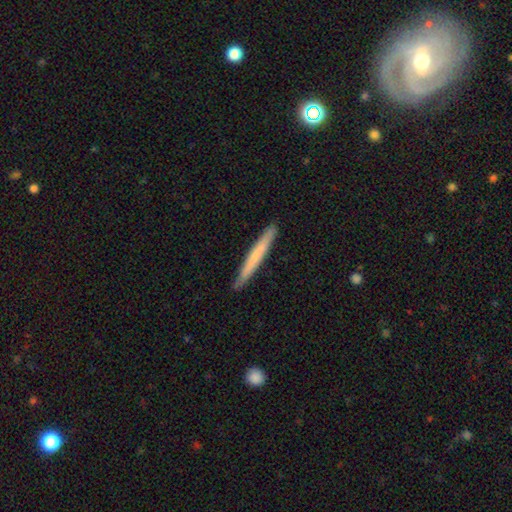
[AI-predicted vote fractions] The model was most divided on "smooth or featured": smooth: 61%, featured or disk: 34%, star or artifact: 5%. More confident: how rounded — cigar-shaped (97%); merging — none (90%).